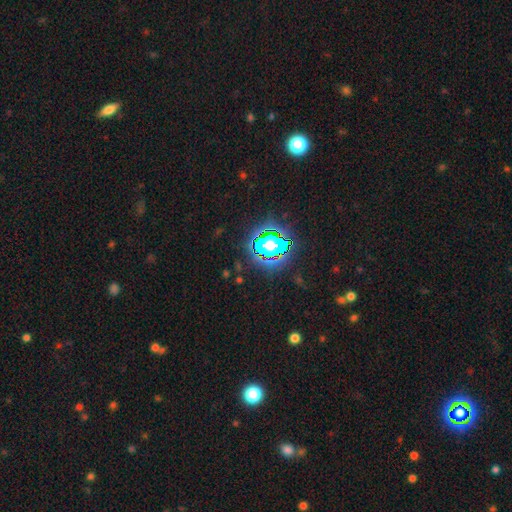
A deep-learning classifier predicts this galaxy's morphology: Q: Smooth or featured?
A: star or artifact (80%); runner-up: smooth (12%)